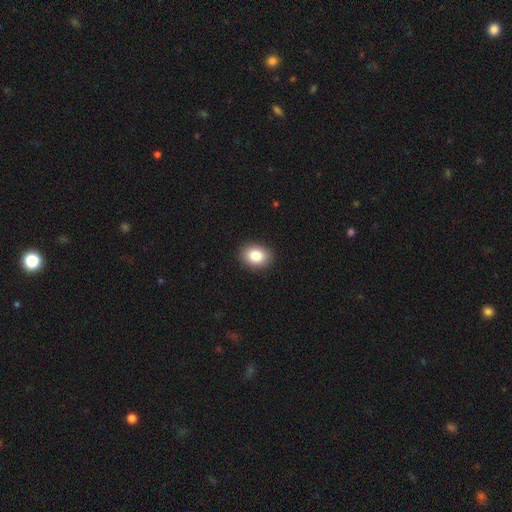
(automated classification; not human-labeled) This is clearly a smooth galaxy (84%). How rounded: likely in between (60%). Merging: clearly none (91%).